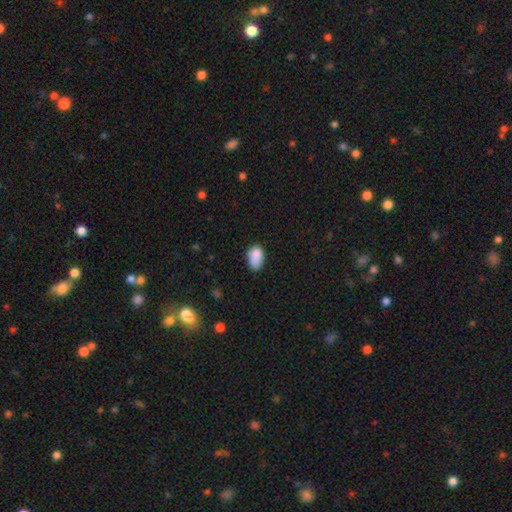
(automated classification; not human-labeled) smooth_or_featured: smooth (p=0.83) [alt: star or artifact p=0.09]
how_rounded: in between (p=0.89) [alt: round p=0.10]
merging: none (p=0.48) [alt: minor disturbance p=0.35]